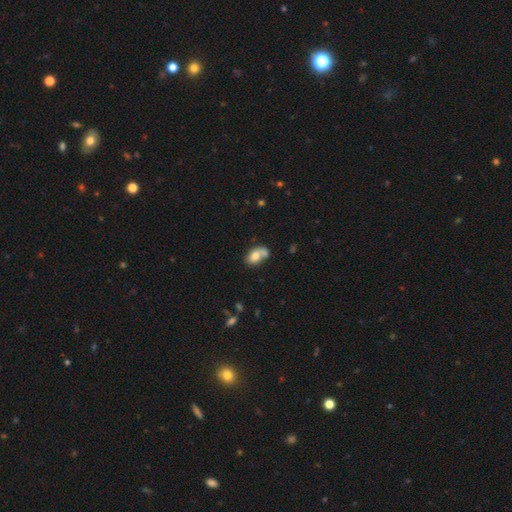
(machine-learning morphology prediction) Overall: smooth (71%). How rounded: in between (80%). Merging: merger (39%; none 35%).